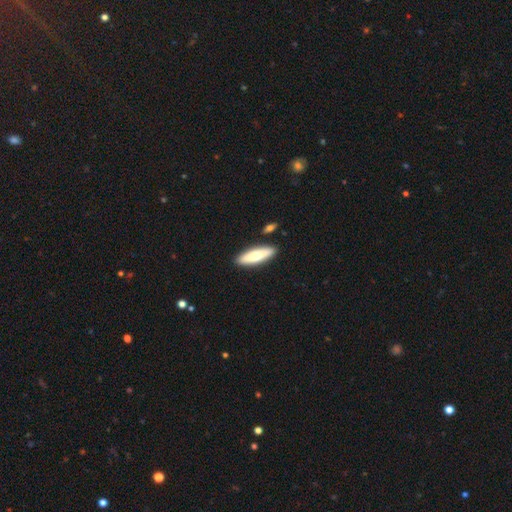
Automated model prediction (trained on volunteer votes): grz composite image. It shows a smooth galaxy with no disk features (74%) that is cigar-shaped (60%). Merging: none (88%).